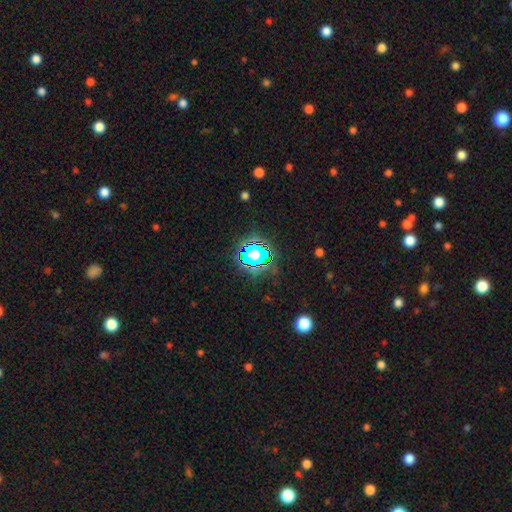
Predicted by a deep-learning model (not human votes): Q: Smooth or featured?
A: star or artifact (56%); runner-up: smooth (31%)